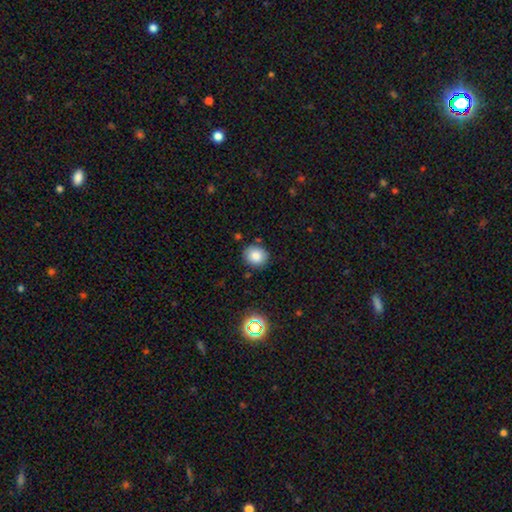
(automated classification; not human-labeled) A smooth galaxy with no disk features (81%) that is round (73%).

Vote fractions:
- Smooth or featured? smooth: 81% / star or artifact: 11% / featured or disk: 8%
- How rounded? round: 73% / in between: 26% / cigar-shaped: 1%
- Merging? none: 84% / minor disturbance: 10% / merger: 3% / major disturbance: 2%